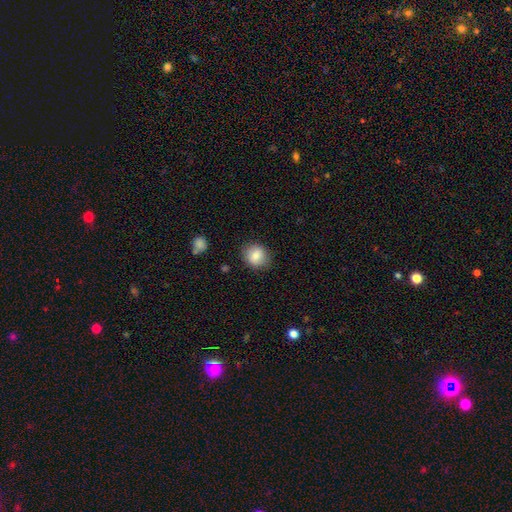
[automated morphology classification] Overall: smooth (81%). How rounded: round (72%). Merging: none (84%).